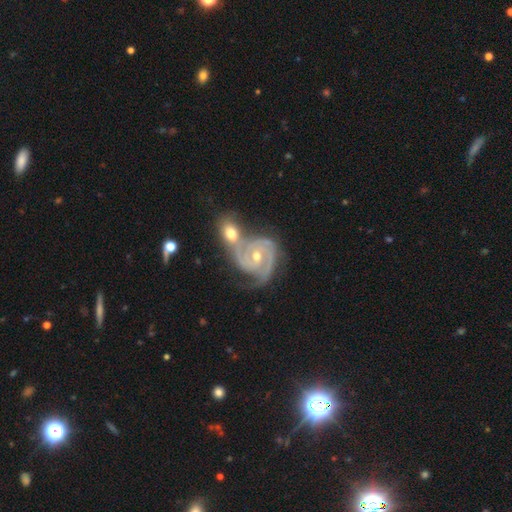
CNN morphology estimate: Q: Smooth or featured?
A: featured or disk (91%); runner-up: smooth (5%)
Q: Edge-on disk?
A: no (97%); runner-up: yes (3%)
Q: Bar?
A: no (59%); runner-up: weak (30%)
Q: Spiral arms?
A: yes (98%); runner-up: no (2%)
Q: Spiral winding?
A: tight (60%); runner-up: medium (34%)
Q: Spiral arm count?
A: 2 (56%); runner-up: 3 (25%)
Q: Bulge size?
A: moderate (53%); runner-up: small (44%)
Q: Merging?
A: merger (44%); runner-up: none (35%)